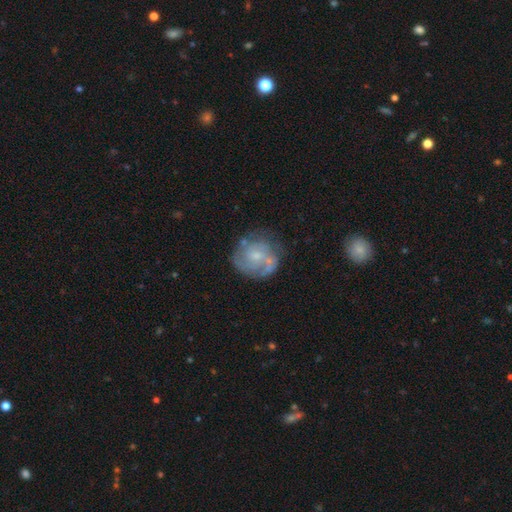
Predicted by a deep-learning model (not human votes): Smooth or featured? featured or disk (68%)
Edge-on disk? no (98%)
Bar? no (65%)
Spiral arms? yes (79%)
Spiral winding? tight (49%)
Spiral arm count? can't tell (35%)
Bulge size? small (58%)
Merging? none (62%)